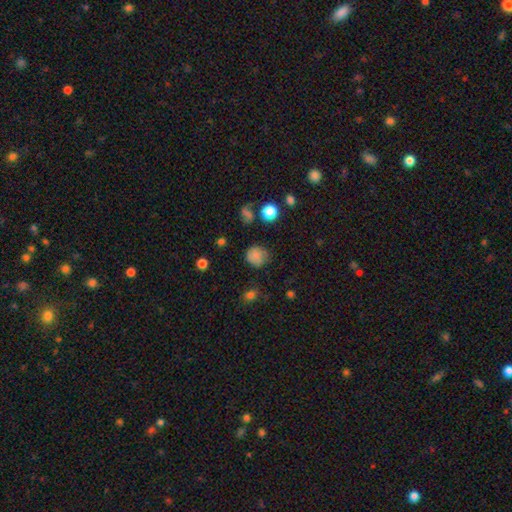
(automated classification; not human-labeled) Q: Smooth or featured?
A: smooth (76%); runner-up: star or artifact (13%)
Q: How rounded?
A: round (82%); runner-up: in between (17%)
Q: Merging?
A: none (69%); runner-up: minor disturbance (21%)